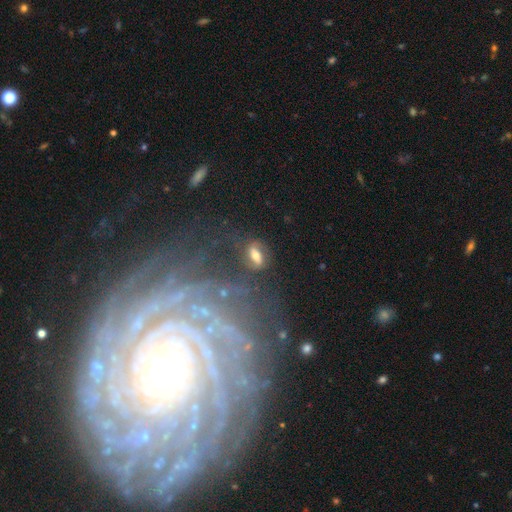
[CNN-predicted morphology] A smooth galaxy with no disk features (44%).

Vote fractions:
- Smooth or featured? smooth: 44% / featured or disk: 43% / star or artifact: 13%
- Merging? none: 70% / minor disturbance: 17% / major disturbance: 9% / merger: 5%